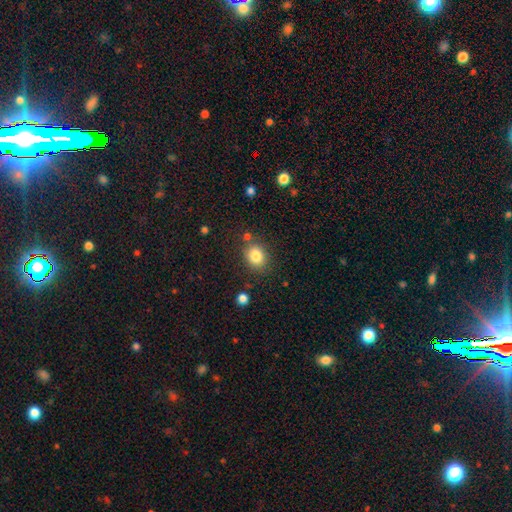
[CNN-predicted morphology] smooth-or-featured: smooth: 83% | star or artifact: 10% | featured or disk: 7%
  how-rounded: round: 58% | in between: 41% | cigar-shaped: 1%
  merging: none: 79% | minor disturbance: 12% | merger: 6% | major disturbance: 4%